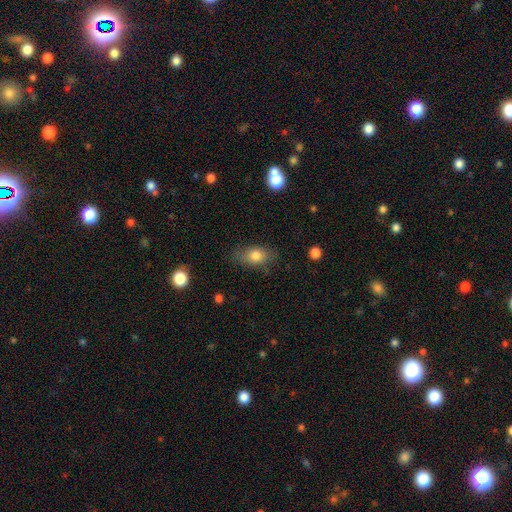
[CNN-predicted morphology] A smooth galaxy with no disk features (78%) that is in between round and cigar-shaped (83%).

Vote fractions:
- Smooth or featured? smooth: 78% / featured or disk: 14% / star or artifact: 8%
- How rounded? in between: 83% / round: 12% / cigar-shaped: 5%
- Merging? none: 78% / minor disturbance: 15% / major disturbance: 5% / merger: 1%